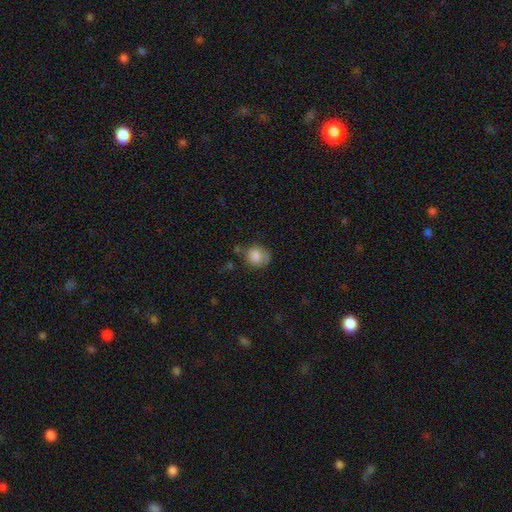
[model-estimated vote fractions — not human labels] Smooth or featured? Predicted: smooth (p=0.83). How rounded? Predicted: round (p=0.77). Merging? Predicted: none (p=0.58).